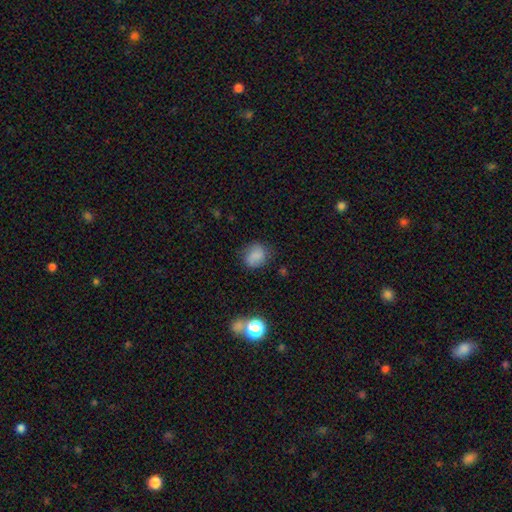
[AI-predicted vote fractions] smooth_or_featured: smooth (p=0.78) [alt: star or artifact p=0.12]
how_rounded: round (p=0.62) [alt: in between p=0.37]
merging: none (p=0.70) [alt: minor disturbance p=0.22]